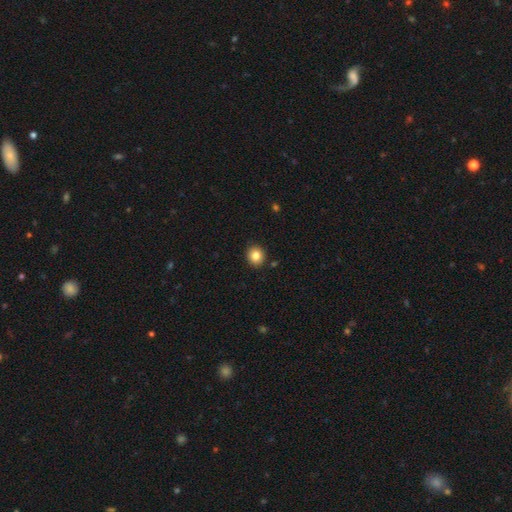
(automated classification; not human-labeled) Smooth or featured?
  - smooth: 84% *
  - star or artifact: 10%
  - featured or disk: 7%
How rounded?
  - round: 85% *
  - in between: 14%
  - cigar-shaped: 1%
Merging?
  - none: 90% *
  - minor disturbance: 6%
  - major disturbance: 2%
  - merger: 2%